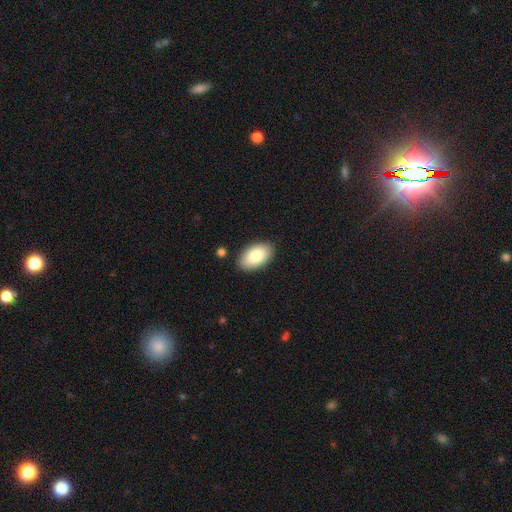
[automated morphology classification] A smooth galaxy with no disk features (84%) that is in between round and cigar-shaped (95%). Merging: none (88%).